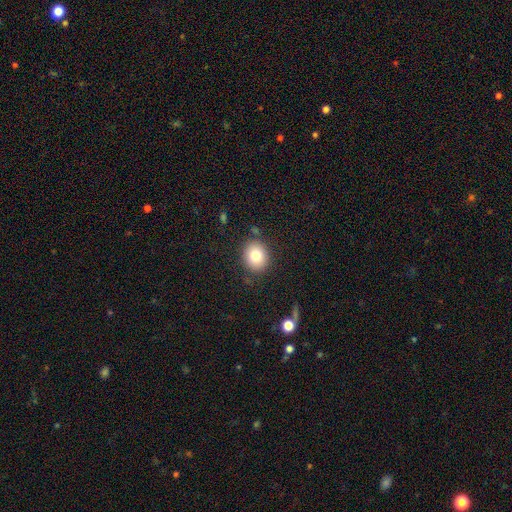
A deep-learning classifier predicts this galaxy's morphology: Q: Smooth or featured?
A: smooth (79%); runner-up: featured or disk (11%)
Q: How rounded?
A: round (70%); runner-up: in between (29%)
Q: Merging?
A: none (85%); runner-up: minor disturbance (10%)